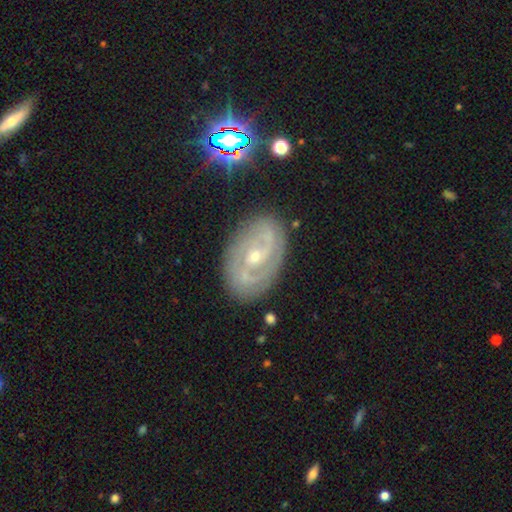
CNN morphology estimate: A featured or disk galaxy (84%) with a weak bar (43%), 2 (70%) tight (49%) spiral arms (93%) and a small central bulge (61%). Merging: none (80%).